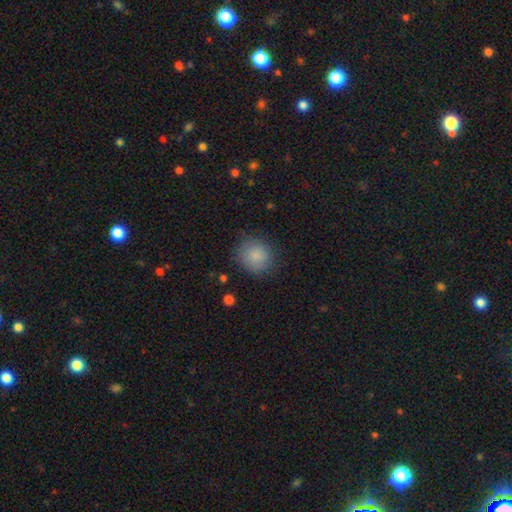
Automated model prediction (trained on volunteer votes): Smooth or featured? smooth (86%)
How rounded? round (83%)
Merging? none (79%)